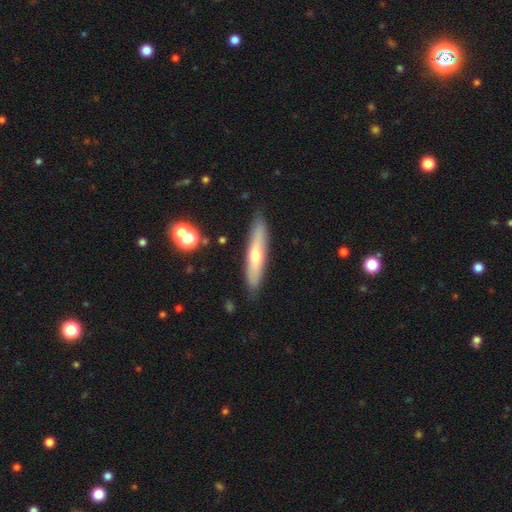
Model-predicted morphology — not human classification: smooth_or_featured: smooth (p=0.51) [alt: featured or disk p=0.43]
how_rounded: cigar-shaped (p=0.85) [alt: in between p=0.14]
merging: none (p=0.86) [alt: minor disturbance p=0.10]